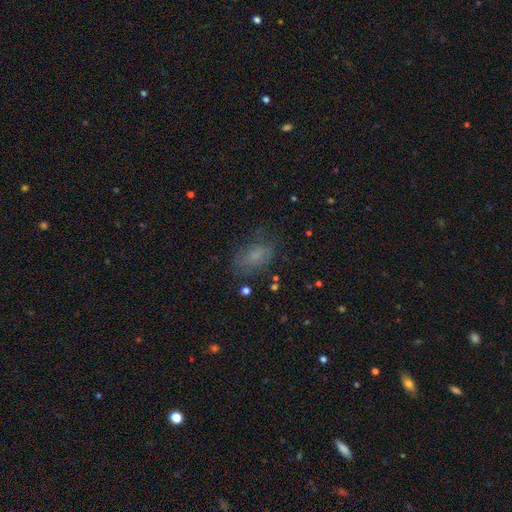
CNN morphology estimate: A smooth galaxy with no disk features (68%) that is in between round and cigar-shaped (86%).

Vote fractions:
- Smooth or featured? smooth: 68% / featured or disk: 17% / star or artifact: 15%
- How rounded? in between: 86% / round: 11% / cigar-shaped: 3%
- Merging? none: 64% / minor disturbance: 21% / major disturbance: 13% / merger: 2%